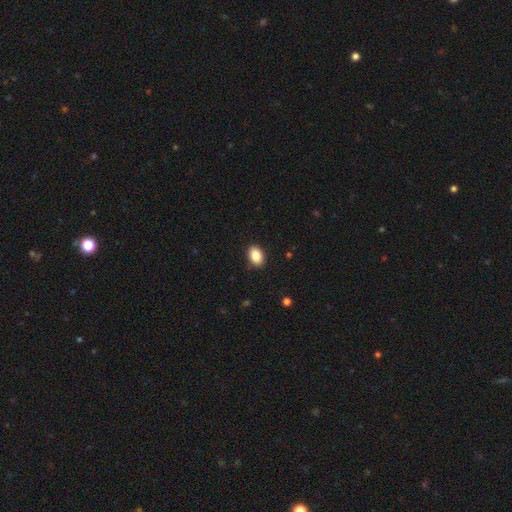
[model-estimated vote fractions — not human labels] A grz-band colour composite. It shows a smooth galaxy with no disk features (87%) that is in between round and cigar-shaped (85%). Merging: none (89%).